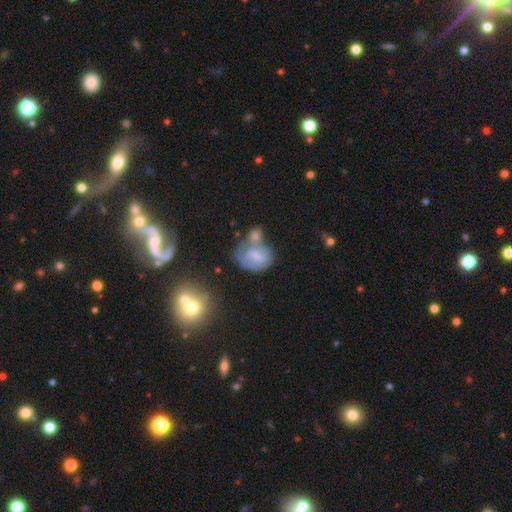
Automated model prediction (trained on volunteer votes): Q: Smooth or featured?
A: featured or disk (48%); runner-up: smooth (42%)
Q: Merging?
A: merger (39%); runner-up: none (27%)